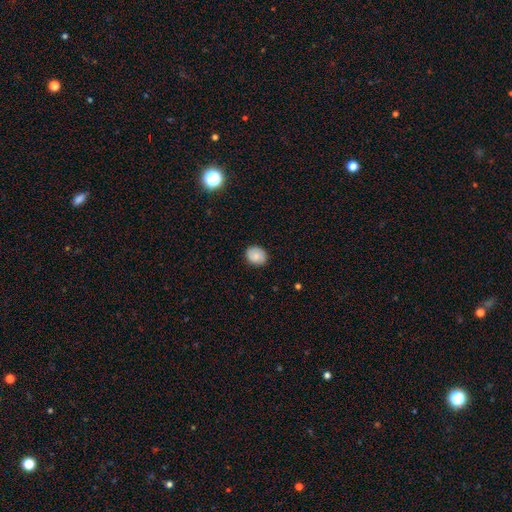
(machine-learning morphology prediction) The model was most divided on "how rounded": round: 57%, in between: 42%, cigar-shaped: 1%. More confident: merging — none (86%); smooth or featured — smooth (84%).